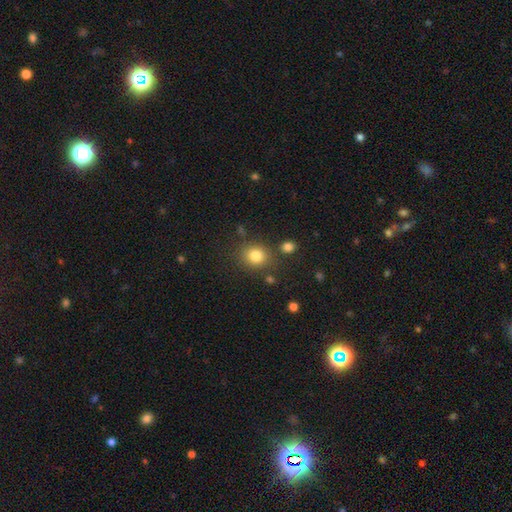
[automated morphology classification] smooth_or_featured: smooth (p=0.82) [alt: star or artifact p=0.12]
how_rounded: round (p=0.76) [alt: in between p=0.23]
merging: none (p=0.80) [alt: minor disturbance p=0.10]